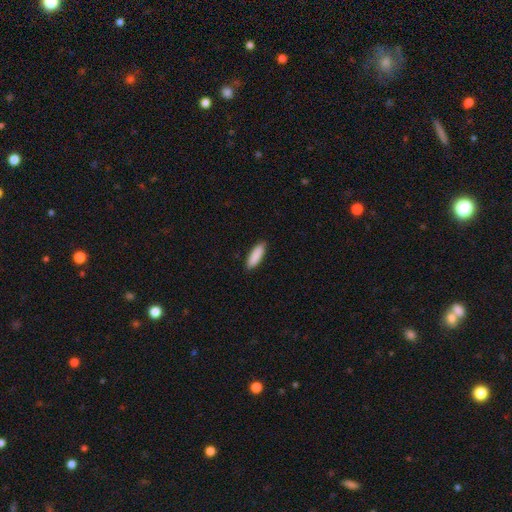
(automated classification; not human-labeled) This is clearly a smooth galaxy (89%). How rounded: possibly in between (52%). Merging: clearly none (88%).